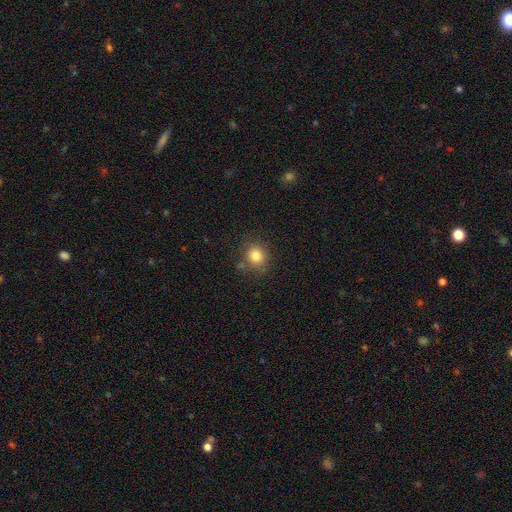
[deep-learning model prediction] Smooth or featured?
  - smooth: 82% *
  - star or artifact: 12%
  - featured or disk: 7%
How rounded?
  - round: 80% *
  - in between: 19%
  - cigar-shaped: 1%
Merging?
  - none: 79% *
  - minor disturbance: 12%
  - merger: 5%
  - major disturbance: 4%